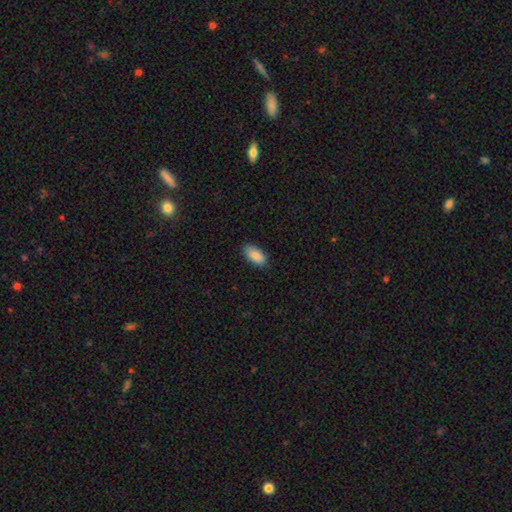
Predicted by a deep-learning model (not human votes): A smooth galaxy with no disk features (89%) that is in between round and cigar-shaped (92%). Merging: none (85%).